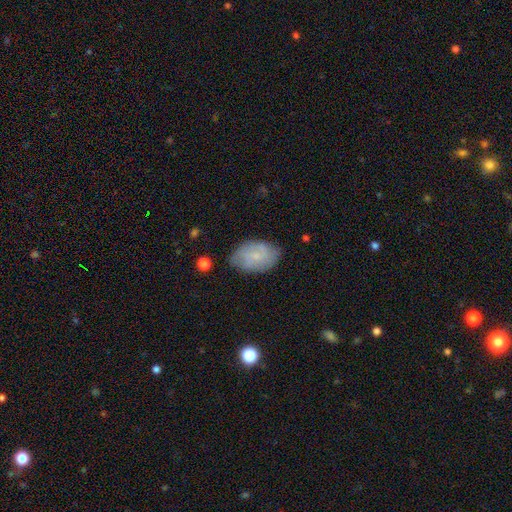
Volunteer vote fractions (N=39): Morphology: type=smooth (51%); roundness=in between (85%); merging=none (85%).